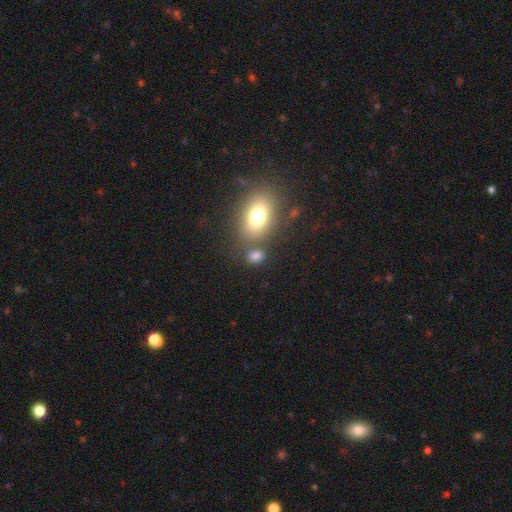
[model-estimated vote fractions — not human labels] smooth-or-featured: smooth: 78% | star or artifact: 13% | featured or disk: 9%
  how-rounded: in between: 62% | round: 35% | cigar-shaped: 2%
  merging: none: 61% | merger: 21% | minor disturbance: 13% | major disturbance: 6%